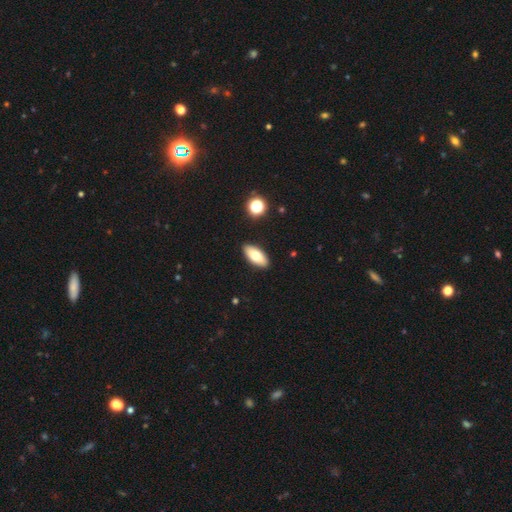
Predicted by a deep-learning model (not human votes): smooth 72%, featured or disk 20%, star or artifact 7%. Down the decision tree: how rounded — in between (86%); merging — none (90%).